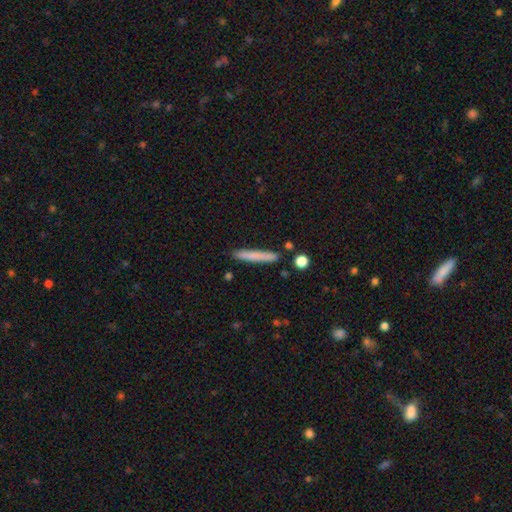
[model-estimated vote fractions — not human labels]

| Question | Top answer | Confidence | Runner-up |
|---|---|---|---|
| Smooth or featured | smooth | 75% | featured or disk (18%) |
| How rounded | cigar-shaped | 95% | in between (3%) |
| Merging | none | 86% | minor disturbance (9%) |